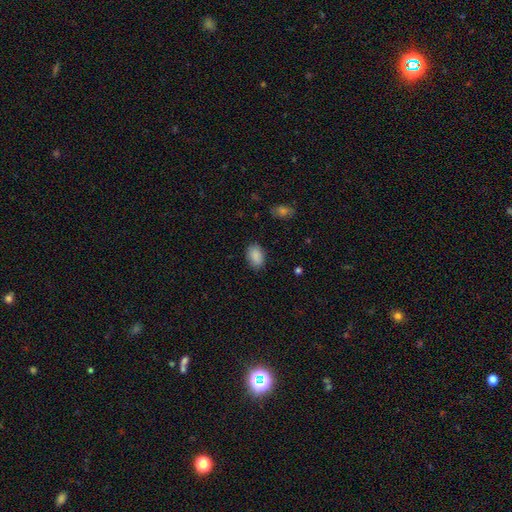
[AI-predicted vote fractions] This is clearly a smooth galaxy (89%). How rounded: clearly in between (86%). Merging: clearly none (84%).